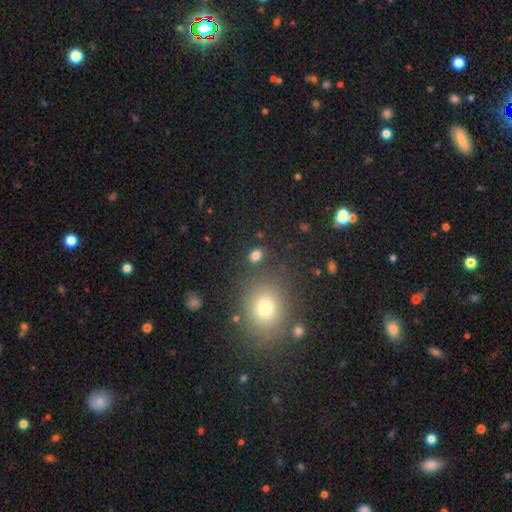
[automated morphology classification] This appears to be a smooth galaxy with no disk features (81%) that is in between round and cigar-shaped (66%). Merging: none (82%).